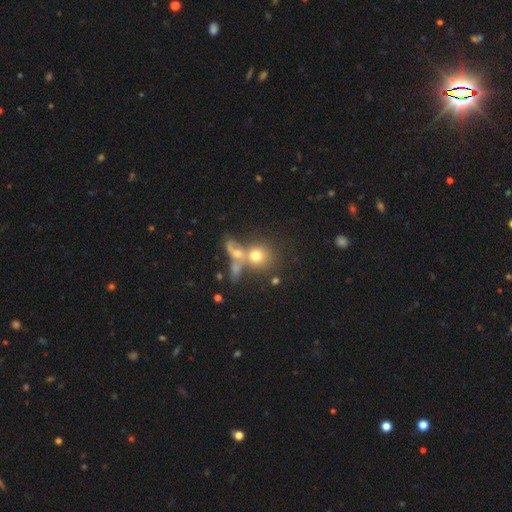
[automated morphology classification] Smooth or featured: smooth — 64% (featured or disk — 23%)
How rounded: round — 78% (in between — 20%)
Merging: merger — 48% (none — 35%)